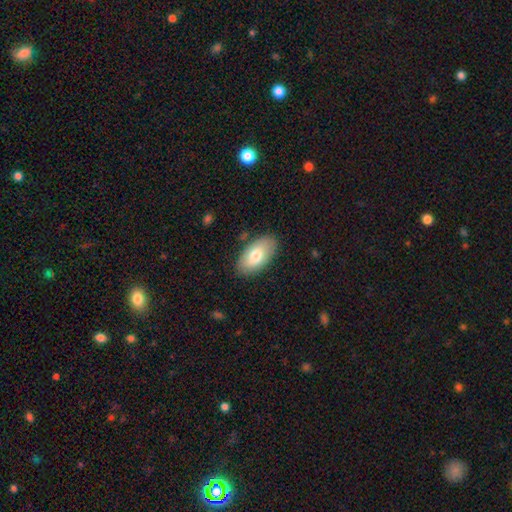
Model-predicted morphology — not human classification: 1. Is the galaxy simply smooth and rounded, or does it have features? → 75% smooth, 19% featured or disk, 6% star or artifact.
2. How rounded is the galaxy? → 94% in between, 3% round, 3% cigar-shaped.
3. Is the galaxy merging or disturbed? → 85% none, 11% minor disturbance, 3% major disturbance, 1% merger.